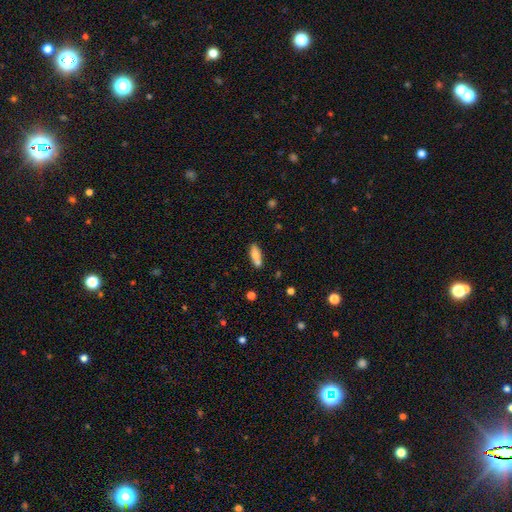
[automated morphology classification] A smooth galaxy with no disk features (77%) that is in between round and cigar-shaped (68%). Merging: none (56%).